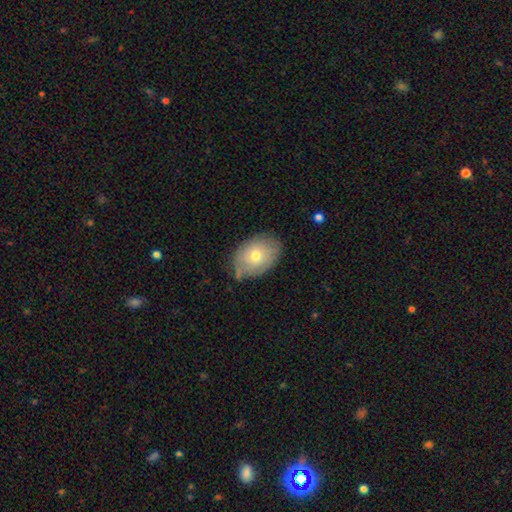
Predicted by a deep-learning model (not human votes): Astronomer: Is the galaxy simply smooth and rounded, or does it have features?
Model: smooth — 66%.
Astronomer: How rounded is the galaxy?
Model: in between — 80%.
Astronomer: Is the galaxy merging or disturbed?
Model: none — 71%.